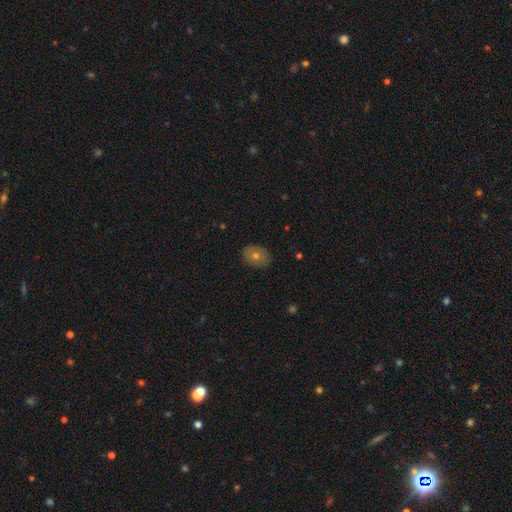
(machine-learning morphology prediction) The model was most divided on "how rounded": in between: 59%, round: 39%, cigar-shaped: 1%. More confident: merging — none (85%); smooth or featured — smooth (64%).